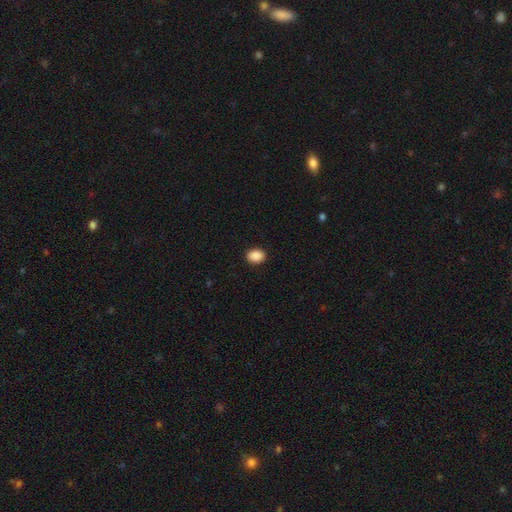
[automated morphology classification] A smooth galaxy with no disk features (90%) that is in between round and cigar-shaped (65%).

Vote fractions:
- Smooth or featured? smooth: 90% / star or artifact: 8% / featured or disk: 3%
- How rounded? in between: 65% / round: 34% / cigar-shaped: 1%
- Merging? none: 91% / minor disturbance: 6% / major disturbance: 2% / merger: 1%